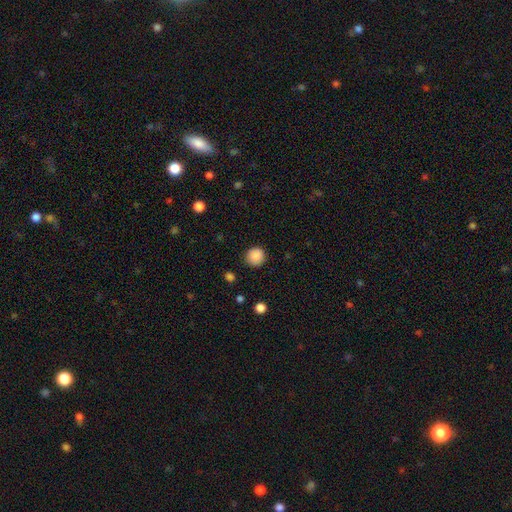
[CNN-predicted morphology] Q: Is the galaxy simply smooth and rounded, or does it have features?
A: smooth — 88%.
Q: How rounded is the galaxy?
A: round — 90%.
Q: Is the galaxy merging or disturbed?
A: none — 87%.